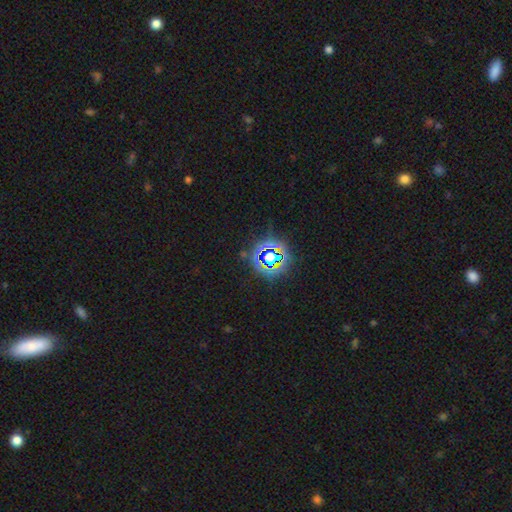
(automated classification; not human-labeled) Smooth or featured: star or artifact — 81% (smooth — 12%)